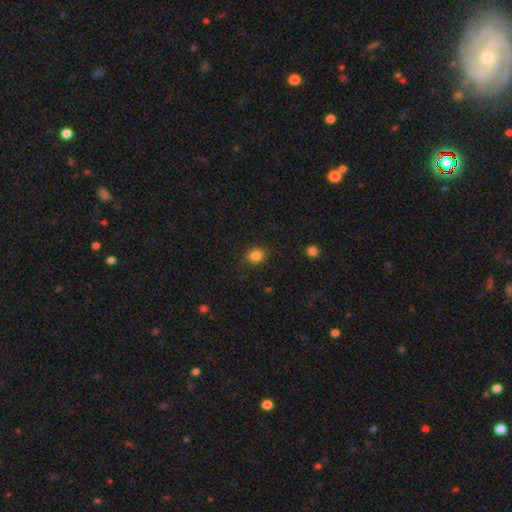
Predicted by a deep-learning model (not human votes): smooth 84%, star or artifact 11%, featured or disk 5%. Down the decision tree: how rounded — round (64%); merging — none (88%).